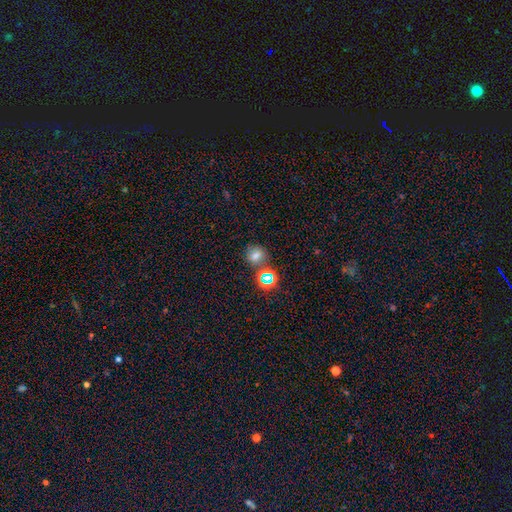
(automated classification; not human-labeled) Smooth or featured? Predicted: smooth (p=0.59). How rounded? Predicted: round (p=0.64). Merging? Predicted: none (p=0.65).